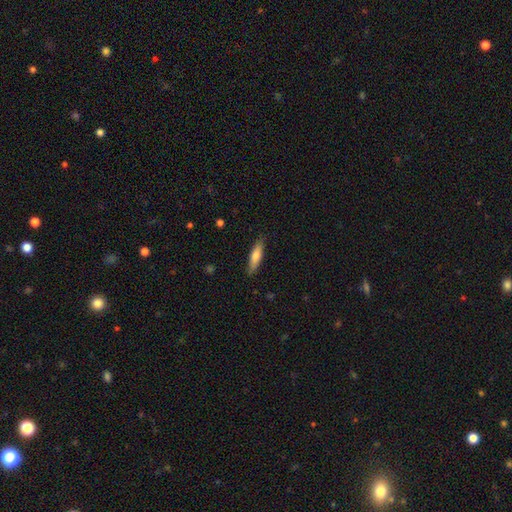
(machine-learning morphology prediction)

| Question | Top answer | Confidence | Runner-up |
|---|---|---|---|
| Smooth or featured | smooth | 70% | featured or disk (24%) |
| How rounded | cigar-shaped | 72% | in between (26%) |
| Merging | none | 86% | minor disturbance (11%) |